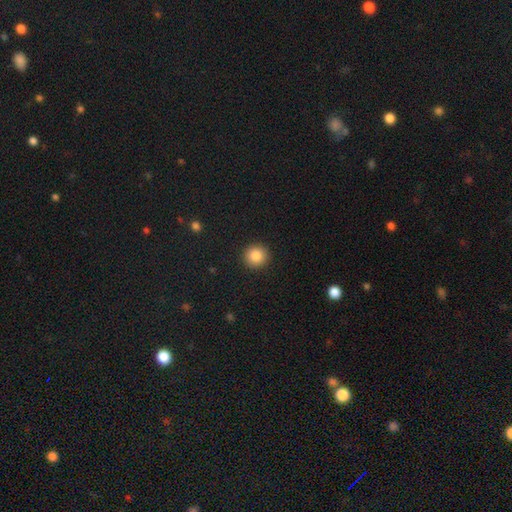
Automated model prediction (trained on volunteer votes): Q: Smooth or featured?
A: smooth (85%); runner-up: star or artifact (10%)
Q: How rounded?
A: round (94%); runner-up: in between (5%)
Q: Merging?
A: none (92%); runner-up: minor disturbance (5%)